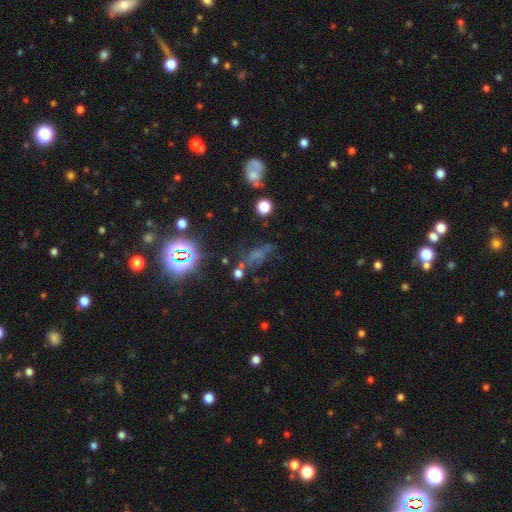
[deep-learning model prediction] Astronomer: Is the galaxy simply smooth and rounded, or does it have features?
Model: star or artifact — 41% (runner-up: smooth, 33%).